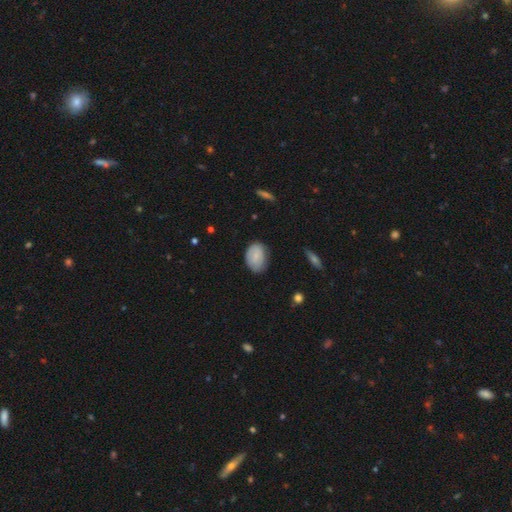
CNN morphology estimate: This is likely a smooth galaxy (72%). How rounded: clearly in between (81%). Merging: likely none (69%).